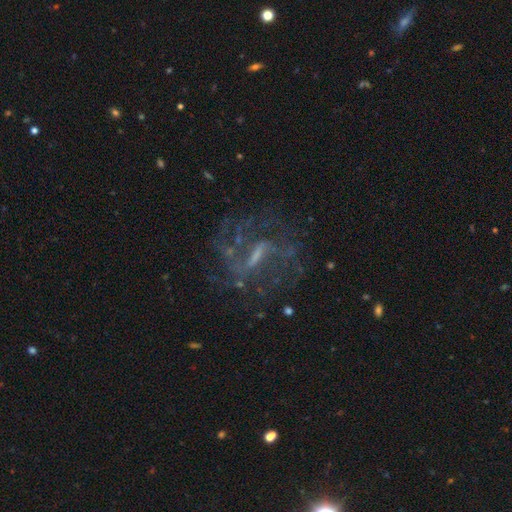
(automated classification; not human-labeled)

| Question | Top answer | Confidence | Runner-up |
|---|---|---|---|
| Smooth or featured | featured or disk | 78% | star or artifact (13%) |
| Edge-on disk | no | 92% | yes (8%) |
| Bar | weak | 45% | strong (39%) |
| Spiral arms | yes | 83% | no (17%) |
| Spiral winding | medium | 45% | loose (31%) |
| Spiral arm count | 2 | 47% | can't tell (31%) |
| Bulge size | small | 42% | none (31%) |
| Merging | none | 66% | major disturbance (17%) |